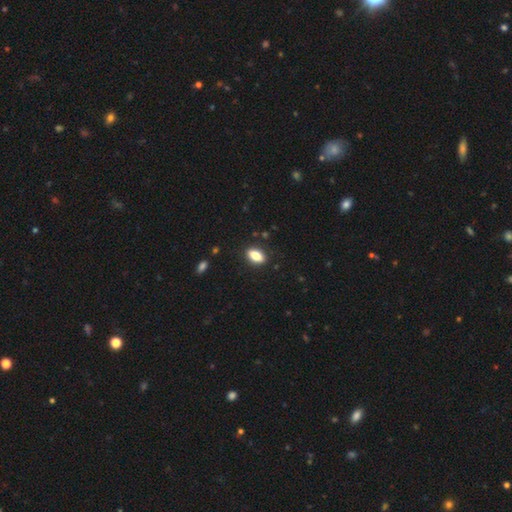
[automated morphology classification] Smooth or featured: smooth — 82% (featured or disk — 10%)
How rounded: in between — 88% (round — 7%)
Merging: none — 87% (minor disturbance — 9%)